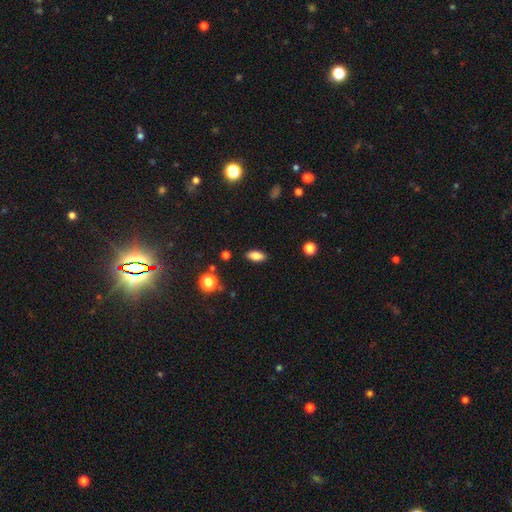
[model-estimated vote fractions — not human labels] Morphology: type=smooth (83%); roundness=in between (83%); merging=none (88%).